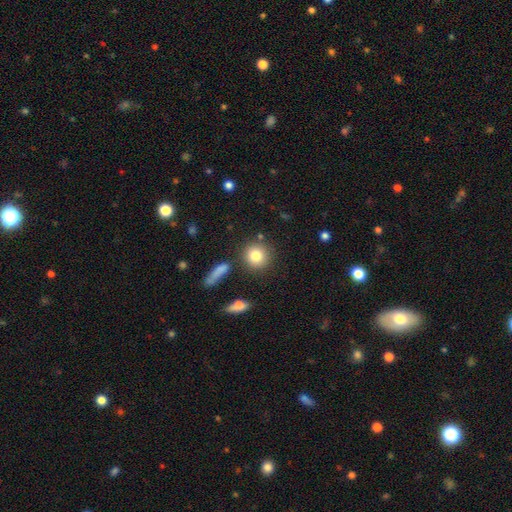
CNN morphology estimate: Overall: smooth (81%). How rounded: round (89%). Merging: none (81%).